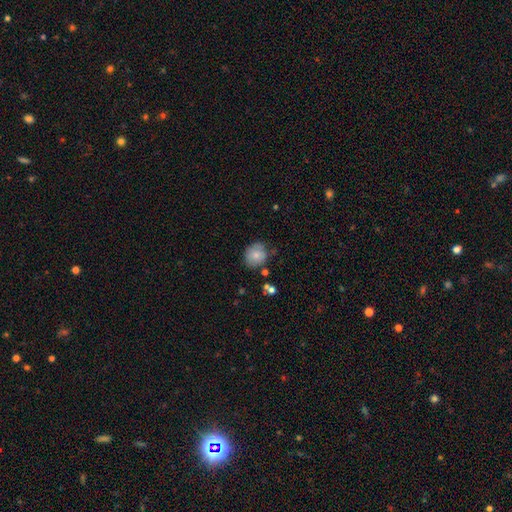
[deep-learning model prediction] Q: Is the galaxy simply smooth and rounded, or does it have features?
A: smooth — 76%.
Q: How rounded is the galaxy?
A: round — 78%.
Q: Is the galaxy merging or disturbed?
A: none — 70%.